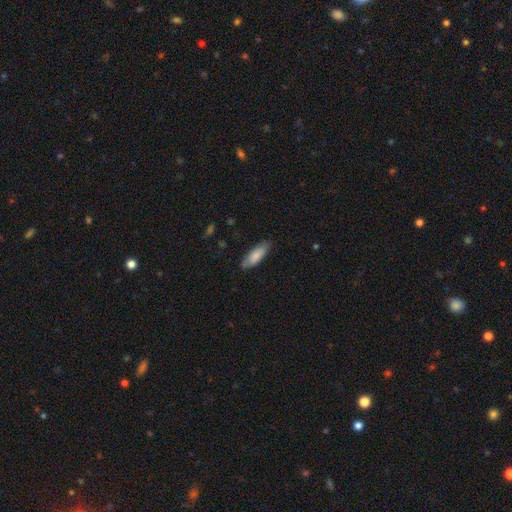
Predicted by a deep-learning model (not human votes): Q: Smooth or featured?
A: smooth (79%); runner-up: featured or disk (16%)
Q: How rounded?
A: in between (57%); runner-up: cigar-shaped (41%)
Q: Merging?
A: none (79%); runner-up: minor disturbance (17%)